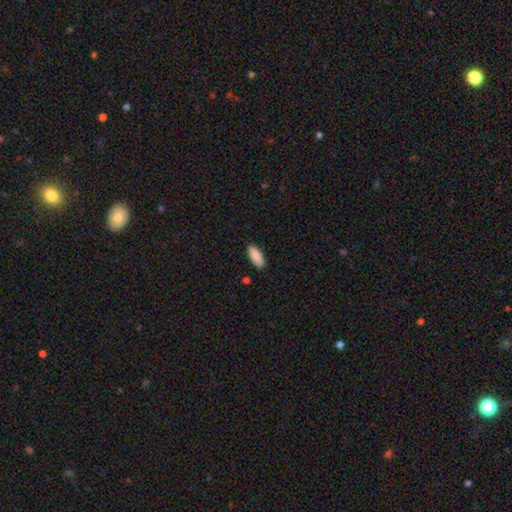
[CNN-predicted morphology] Smooth or featured?
  - smooth: 90% *
  - star or artifact: 6%
  - featured or disk: 4%
How rounded?
  - in between: 77% *
  - cigar-shaped: 21%
  - round: 2%
Merging?
  - none: 88% *
  - minor disturbance: 9%
  - major disturbance: 2%
  - merger: 1%